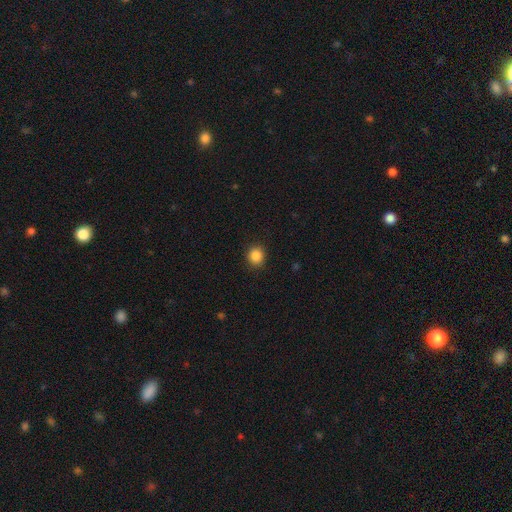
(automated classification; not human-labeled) Q: Smooth or featured?
A: smooth (87%); runner-up: star or artifact (10%)
Q: How rounded?
A: round (87%); runner-up: in between (12%)
Q: Merging?
A: none (90%); runner-up: minor disturbance (7%)